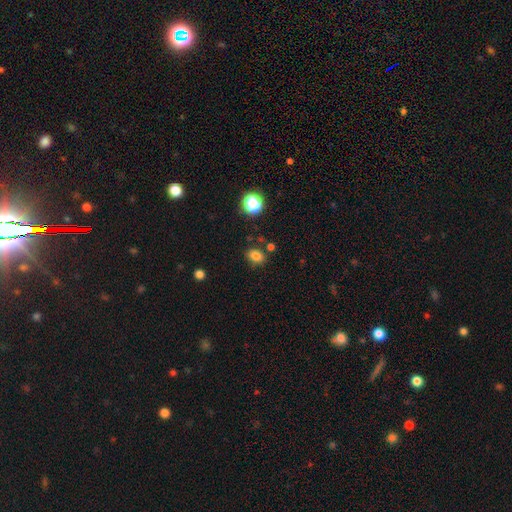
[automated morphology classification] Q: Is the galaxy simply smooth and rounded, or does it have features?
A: smooth — 81%.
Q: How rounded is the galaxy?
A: in between — 64%.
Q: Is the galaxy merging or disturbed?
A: none — 79%.